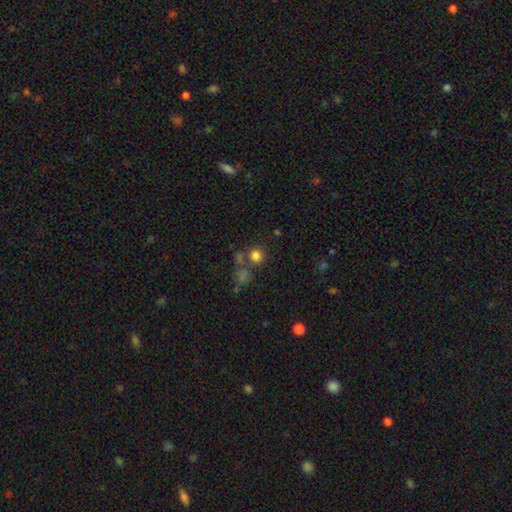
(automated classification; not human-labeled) The model was most divided on "merging": none: 69%, merger: 18%, minor disturbance: 8%, major disturbance: 5%. More confident: how rounded — round (89%); smooth or featured — smooth (78%).